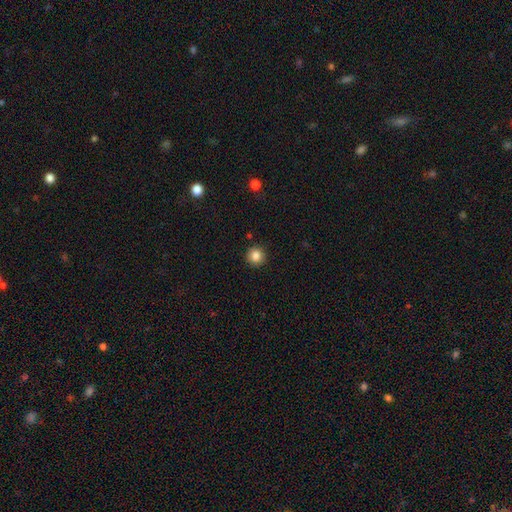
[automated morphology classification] smooth-or-featured: smooth: 85% | star or artifact: 10% | featured or disk: 4%
  how-rounded: round: 93% | in between: 6% | cigar-shaped: 1%
  merging: none: 91% | minor disturbance: 6% | major disturbance: 2% | merger: 1%